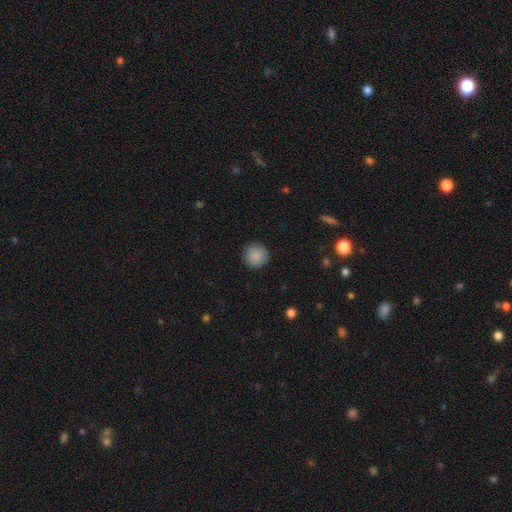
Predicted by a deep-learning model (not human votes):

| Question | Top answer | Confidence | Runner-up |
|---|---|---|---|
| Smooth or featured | smooth | 89% | star or artifact (8%) |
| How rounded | round | 95% | in between (4%) |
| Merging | none | 91% | minor disturbance (6%) |